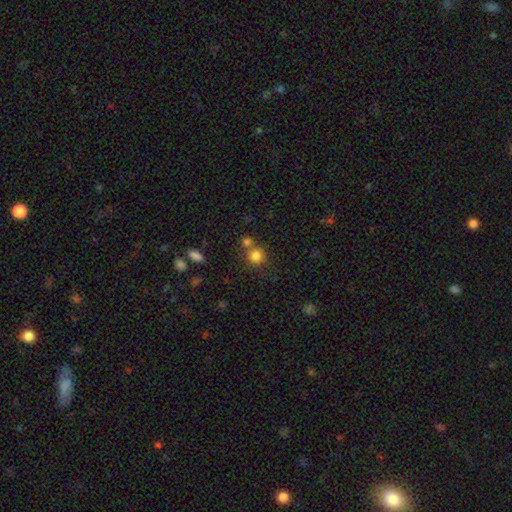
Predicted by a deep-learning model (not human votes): This appears to be a smooth galaxy with no disk features (81%) that is round (89%). Merging: none (62%).